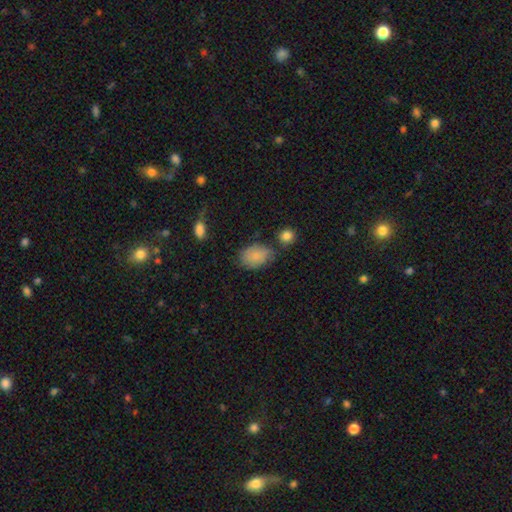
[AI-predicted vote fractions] Smooth or featured?
  - smooth: 78% *
  - featured or disk: 14%
  - star or artifact: 8%
How rounded?
  - in between: 79% *
  - round: 20%
  - cigar-shaped: 1%
Merging?
  - none: 58% *
  - minor disturbance: 27%
  - major disturbance: 8%
  - merger: 7%